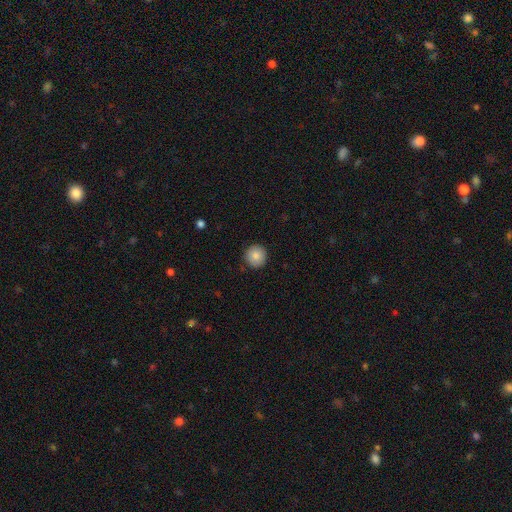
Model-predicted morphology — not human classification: Smooth or featured? Predicted: smooth (p=0.85). How rounded? Predicted: round (p=0.95). Merging? Predicted: none (p=0.91).